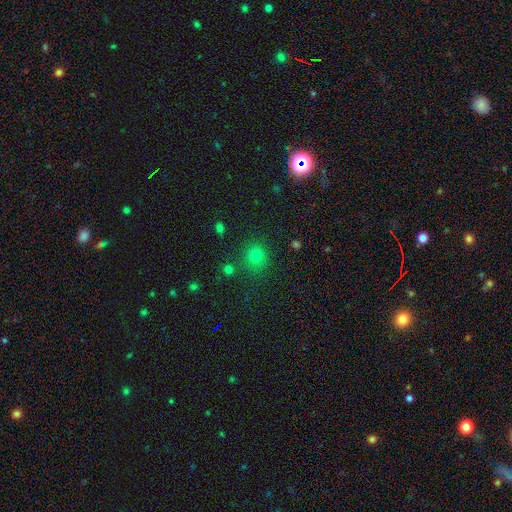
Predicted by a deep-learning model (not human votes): This appears to be a smooth galaxy with no disk features (72%) that is round (91%). Merging: none (85%).